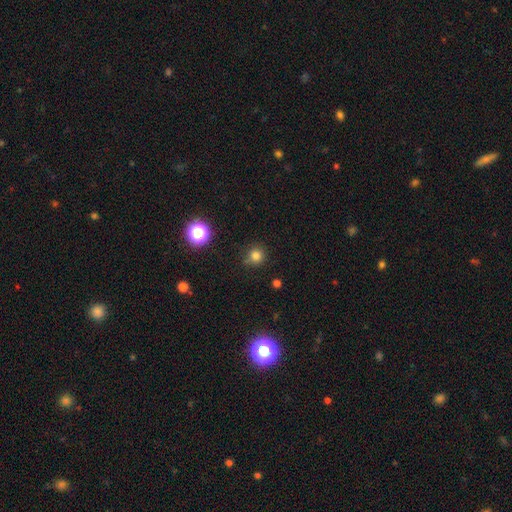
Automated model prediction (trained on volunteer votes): Morphology: type=smooth (78%); roundness=round (94%); merging=none (82%).